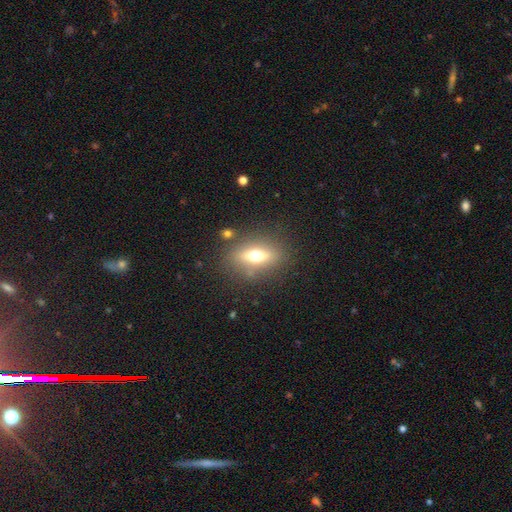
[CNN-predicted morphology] Smooth or featured: smooth — 45% (featured or disk — 44%)
Merging: none — 82% (minor disturbance — 10%)